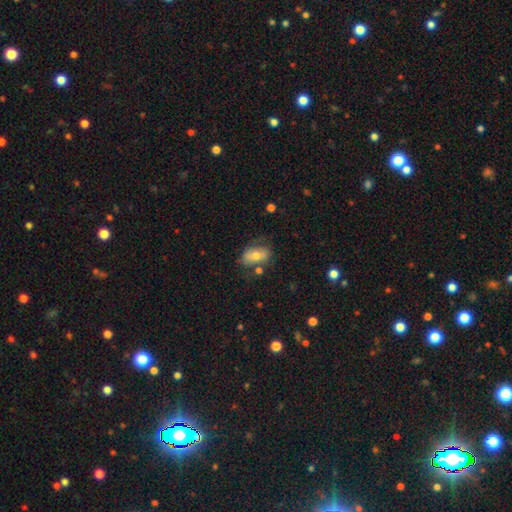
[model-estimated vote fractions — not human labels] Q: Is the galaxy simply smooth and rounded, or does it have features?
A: smooth — 61%.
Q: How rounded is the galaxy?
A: in between — 88%.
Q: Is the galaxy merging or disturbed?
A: none — 61%.